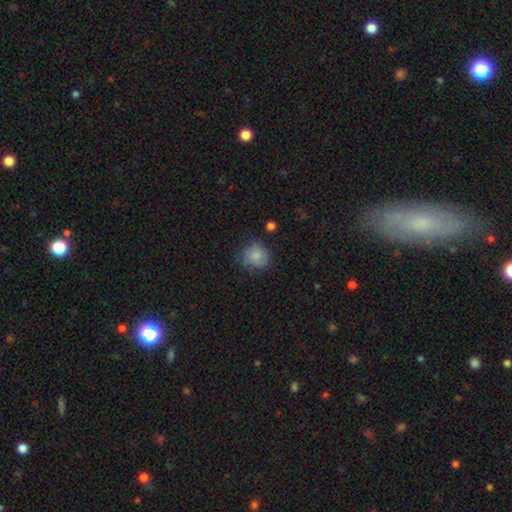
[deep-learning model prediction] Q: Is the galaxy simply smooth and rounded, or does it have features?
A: smooth — 79%.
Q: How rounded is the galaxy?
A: round — 82%.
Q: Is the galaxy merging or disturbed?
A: none — 64%.